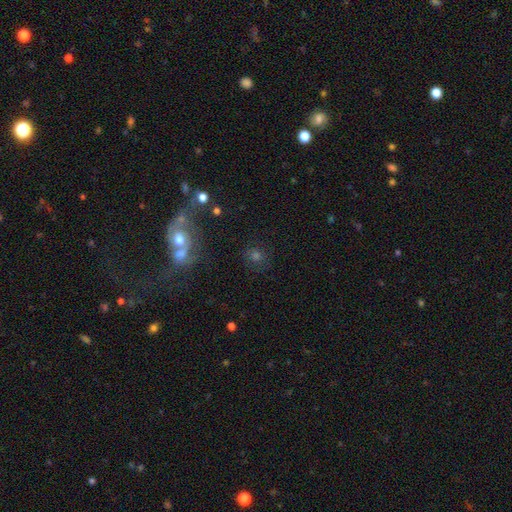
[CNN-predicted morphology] A smooth galaxy with no disk features (54%) that is round (78%). Merging: none (64%).